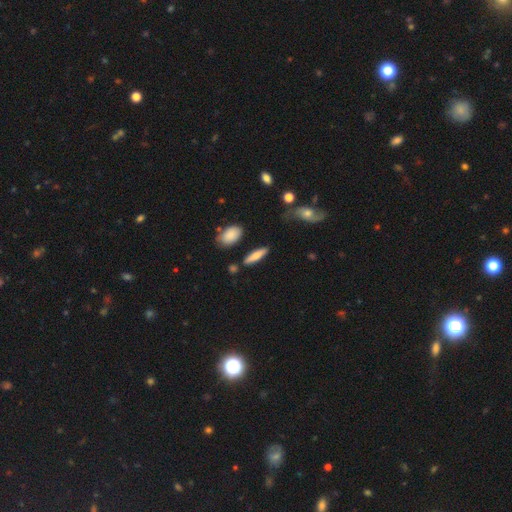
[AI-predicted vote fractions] smooth_or_featured: smooth (p=0.71) [alt: featured or disk p=0.22]
how_rounded: cigar-shaped (p=0.65) [alt: in between p=0.32]
merging: none (p=0.82) [alt: minor disturbance p=0.11]